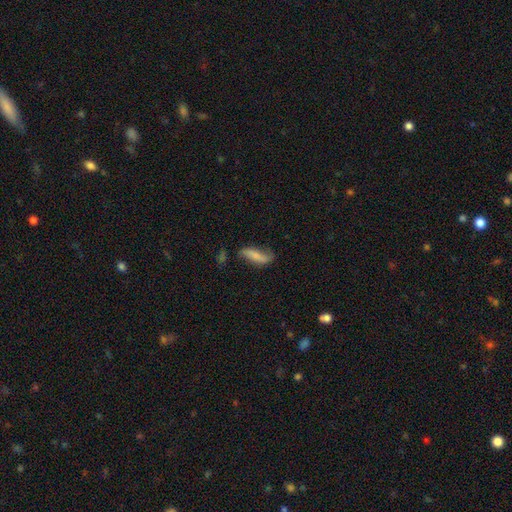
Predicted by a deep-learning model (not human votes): Smooth or featured: smooth — 64% (featured or disk — 29%)
How rounded: cigar-shaped — 53% (in between — 44%)
Merging: none — 56% (minor disturbance — 29%)